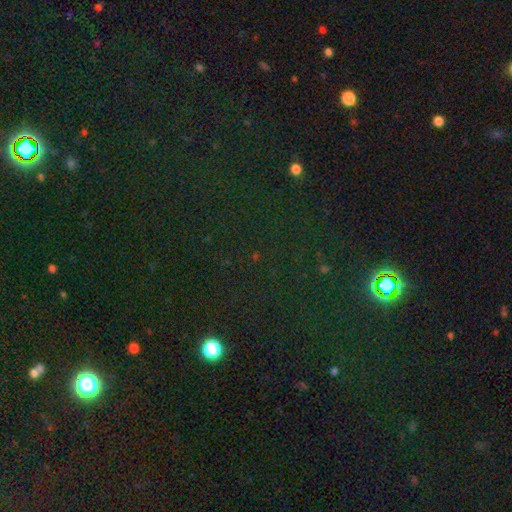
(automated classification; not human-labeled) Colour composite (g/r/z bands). It shows a star or artifact, not a galaxy (75%).